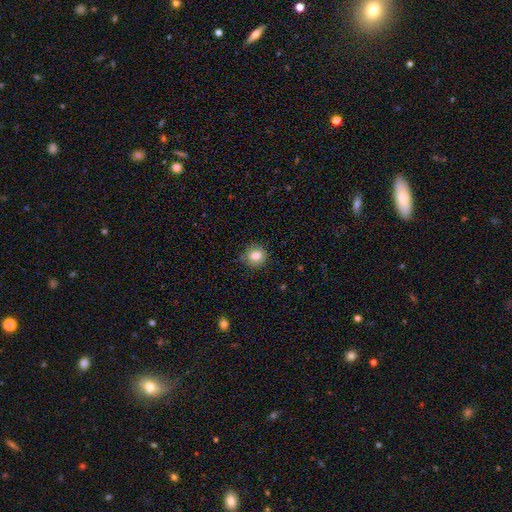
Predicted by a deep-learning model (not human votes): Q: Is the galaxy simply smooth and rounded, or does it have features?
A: smooth — 82%.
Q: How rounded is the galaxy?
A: round — 91%.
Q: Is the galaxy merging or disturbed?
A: none — 85%.